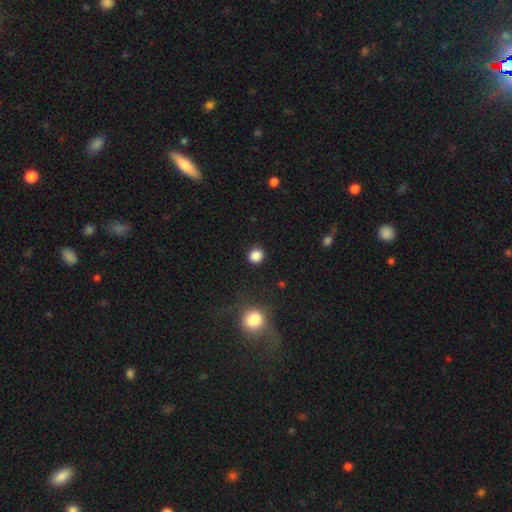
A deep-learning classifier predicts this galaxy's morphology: Q: Smooth or featured?
A: smooth (86%); runner-up: star or artifact (11%)
Q: How rounded?
A: round (91%); runner-up: in between (8%)
Q: Merging?
A: none (90%); runner-up: minor disturbance (6%)